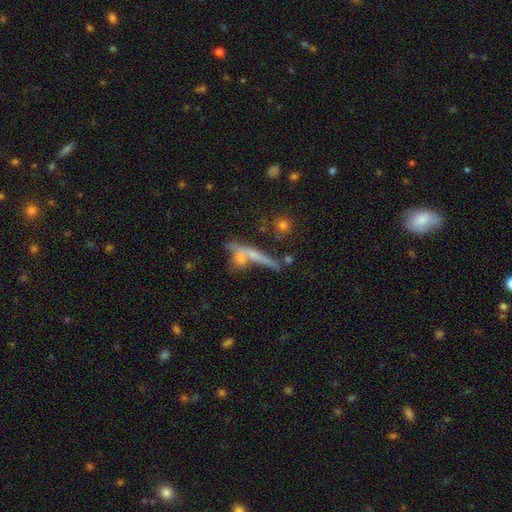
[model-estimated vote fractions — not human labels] A smooth galaxy with no disk features (45%).

Vote fractions:
- Smooth or featured? smooth: 45% / featured or disk: 44% / star or artifact: 12%
- Merging? none: 50% / merger: 30% / minor disturbance: 13% / major disturbance: 7%